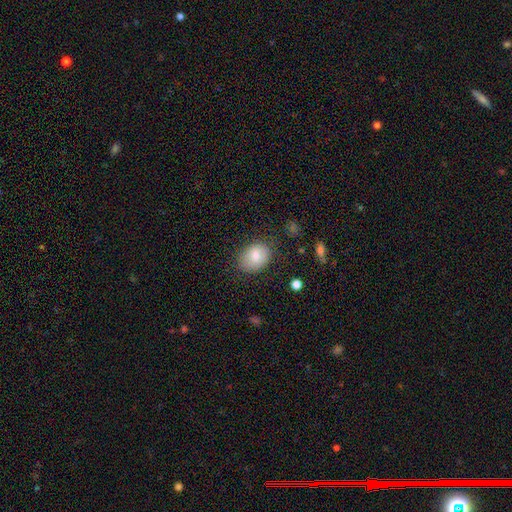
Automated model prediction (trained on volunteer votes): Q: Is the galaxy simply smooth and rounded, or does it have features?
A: smooth — 78%.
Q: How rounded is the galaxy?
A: in between — 70%.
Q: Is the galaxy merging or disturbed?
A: none — 75%.